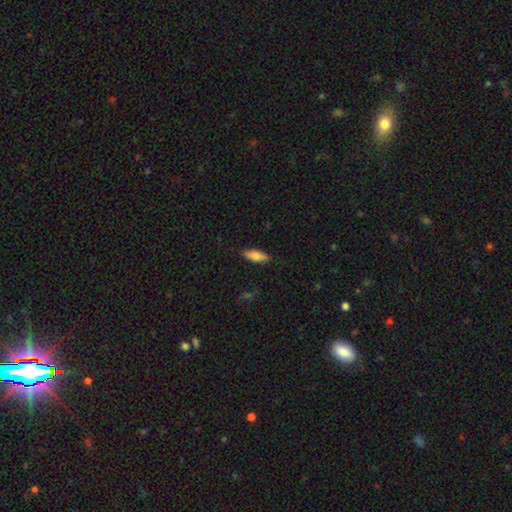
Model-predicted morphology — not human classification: This appears to be a smooth galaxy with no disk features (78%) that is in between round and cigar-shaped (76%). Merging: none (84%).